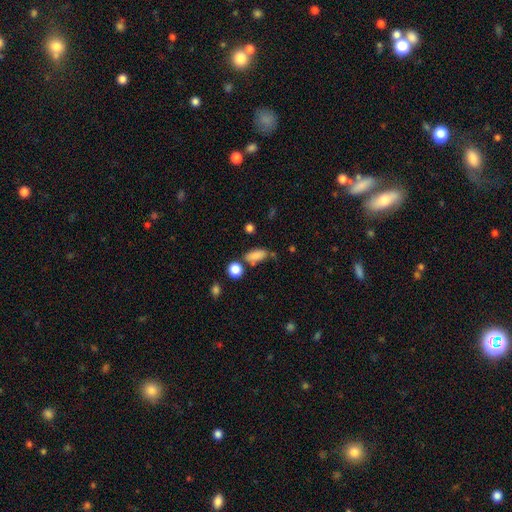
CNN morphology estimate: Smooth or featured?
  - smooth: 83% *
  - star or artifact: 10%
  - featured or disk: 7%
How rounded?
  - in between: 81% *
  - cigar-shaped: 11%
  - round: 8%
Merging?
  - none: 58% *
  - minor disturbance: 21%
  - merger: 13%
  - major disturbance: 7%